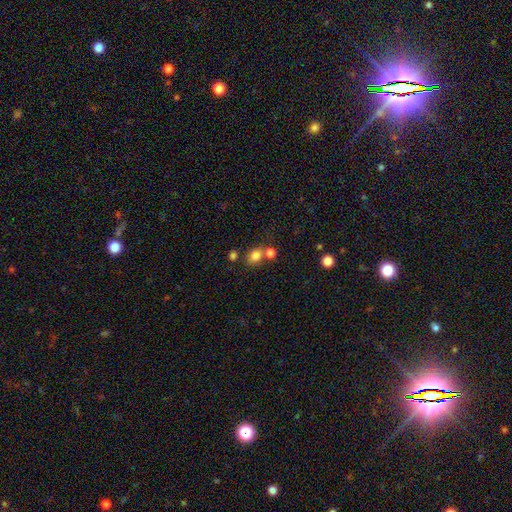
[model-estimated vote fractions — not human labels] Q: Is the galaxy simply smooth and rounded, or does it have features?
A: smooth — 78%.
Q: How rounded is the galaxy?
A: round — 60%.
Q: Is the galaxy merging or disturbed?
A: none — 56%.